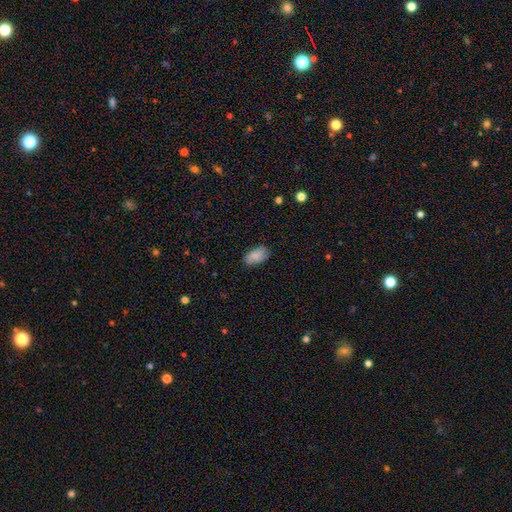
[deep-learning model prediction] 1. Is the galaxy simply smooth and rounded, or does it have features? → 88% smooth, 7% star or artifact, 5% featured or disk.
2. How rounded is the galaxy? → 94% in between, 4% round, 2% cigar-shaped.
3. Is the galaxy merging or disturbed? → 83% none, 13% minor disturbance, 3% major disturbance, 1% merger.